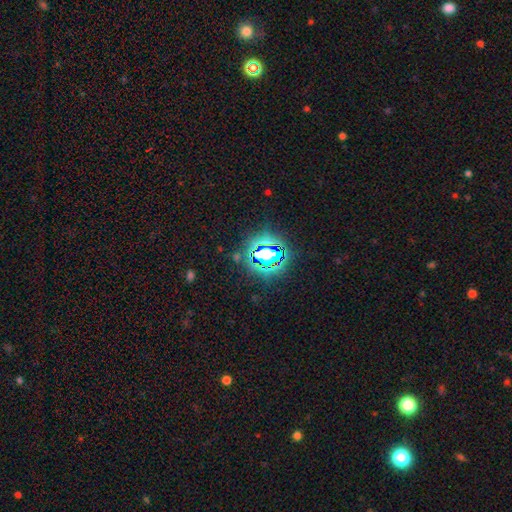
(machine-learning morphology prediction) Q: Smooth or featured?
A: star or artifact (79%); runner-up: smooth (13%)